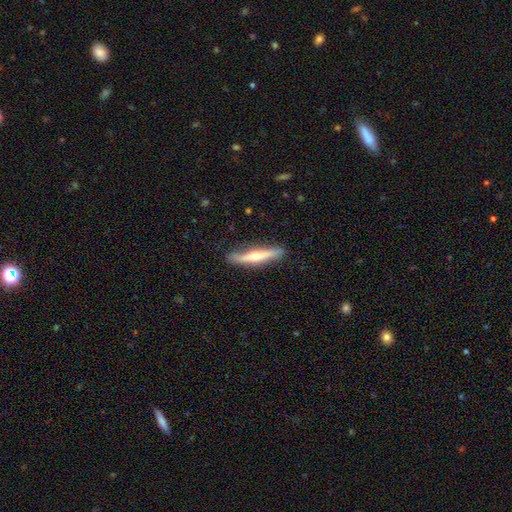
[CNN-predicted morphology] A featured or disk galaxy (61%) viewed edge-on (92%) with a rounded central bulge (88%).

Vote fractions:
- Smooth or featured? featured or disk: 61% / smooth: 34% / star or artifact: 6%
- Edge-on disk? yes: 92% / no: 8%
- Edge-on bulge? rounded: 88% / none: 8% / boxy: 3%
- Merging? none: 86% / minor disturbance: 11% / major disturbance: 2% / merger: 1%